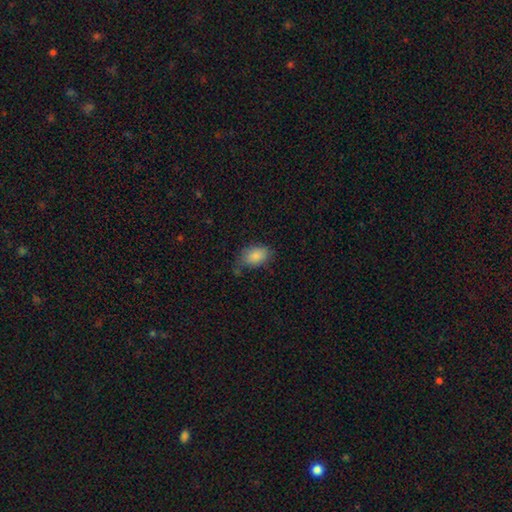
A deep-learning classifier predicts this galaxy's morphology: Smooth or featured?
  - smooth: 87% *
  - star or artifact: 8%
  - featured or disk: 6%
How rounded?
  - in between: 88% *
  - round: 11%
  - cigar-shaped: 1%
Merging?
  - none: 65% *
  - minor disturbance: 25%
  - major disturbance: 6%
  - merger: 3%